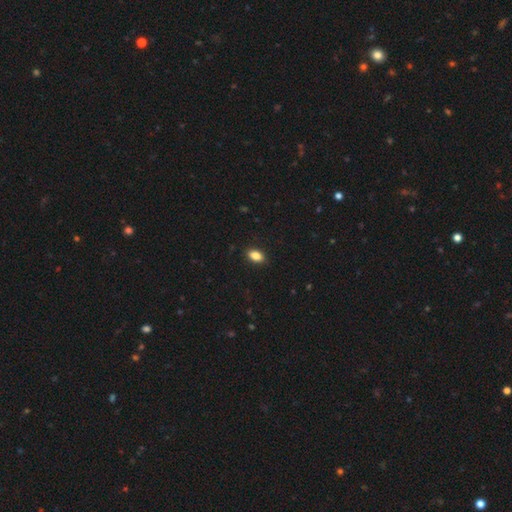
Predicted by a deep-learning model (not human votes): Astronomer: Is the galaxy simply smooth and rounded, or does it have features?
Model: smooth — 86%.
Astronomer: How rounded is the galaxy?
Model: in between — 89%.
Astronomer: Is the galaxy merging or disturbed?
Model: none — 89%.